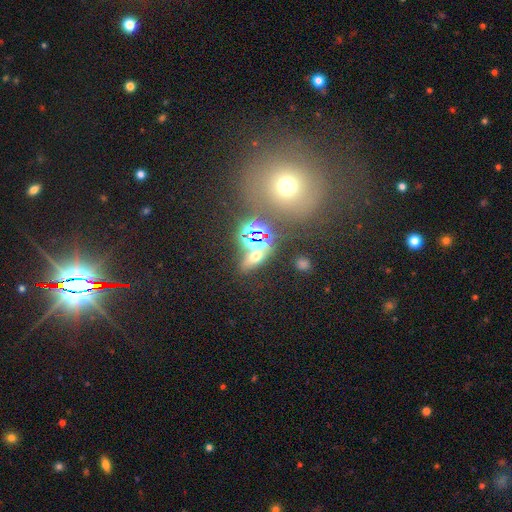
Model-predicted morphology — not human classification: Smooth or featured?
  - star or artifact: 43% * (tied)
  - smooth: 43% * (tied)
  - featured or disk: 14%